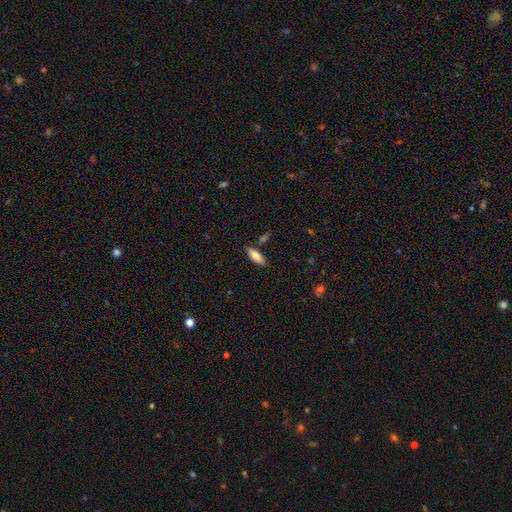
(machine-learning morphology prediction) This appears to be a smooth galaxy with no disk features (80%) that is in between round and cigar-shaped (66%). Merging: none (81%).